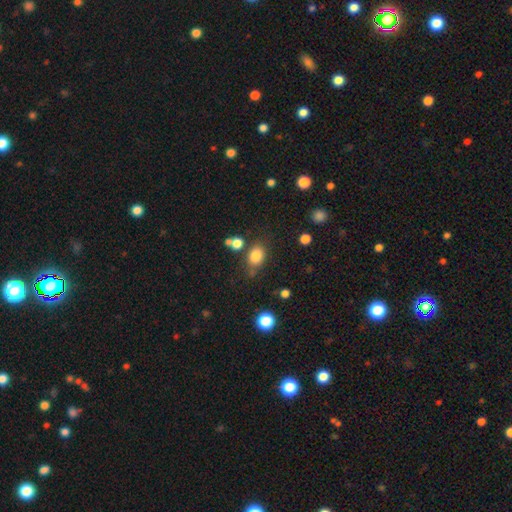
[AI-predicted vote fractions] A smooth galaxy with no disk features (82%) that is in between round and cigar-shaped (65%). Merging: none (71%).